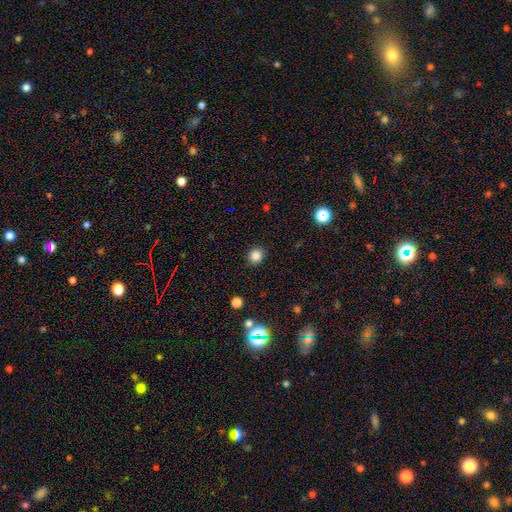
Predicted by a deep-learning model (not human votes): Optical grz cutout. It shows a smooth galaxy with no disk features (83%) that is round (89%). Merging: none (89%).